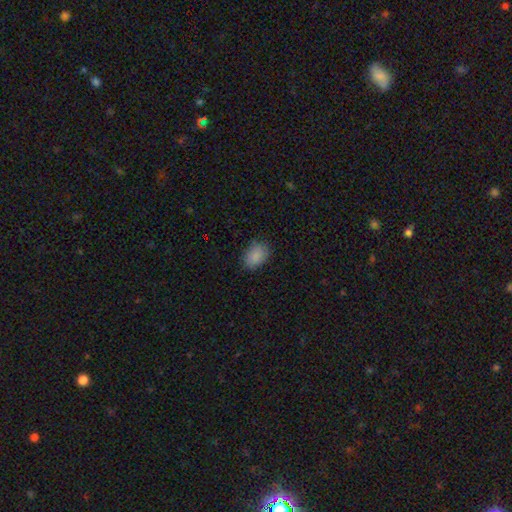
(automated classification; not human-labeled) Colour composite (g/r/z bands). It shows a smooth galaxy with no disk features (87%) that is in between round and cigar-shaped (83%). Merging: none (82%).